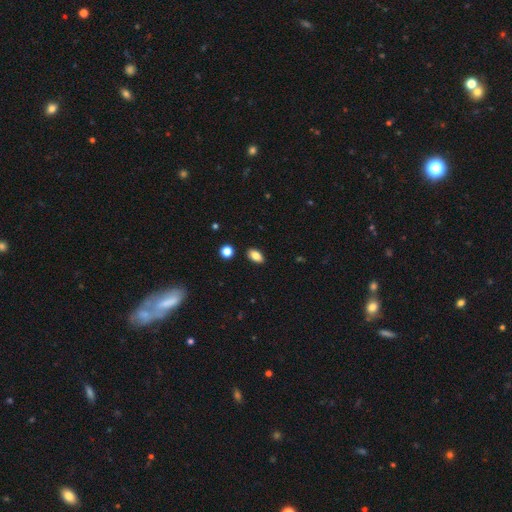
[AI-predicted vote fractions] Morphology: type=smooth (84%); roundness=in between (90%); merging=none (88%).